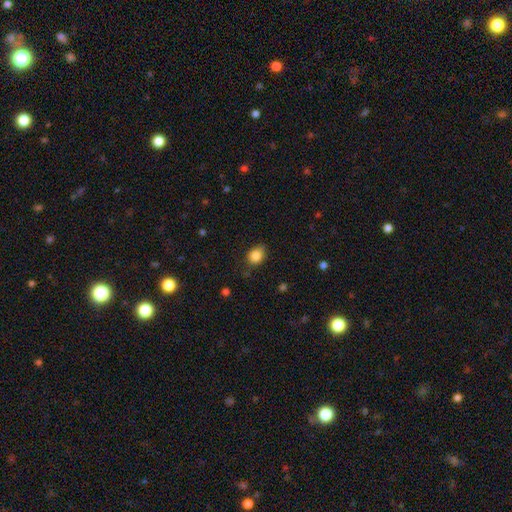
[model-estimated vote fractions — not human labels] Q: Smooth or featured?
A: smooth (84%); runner-up: star or artifact (9%)
Q: How rounded?
A: in between (53%); runner-up: round (46%)
Q: Merging?
A: none (72%); runner-up: minor disturbance (22%)